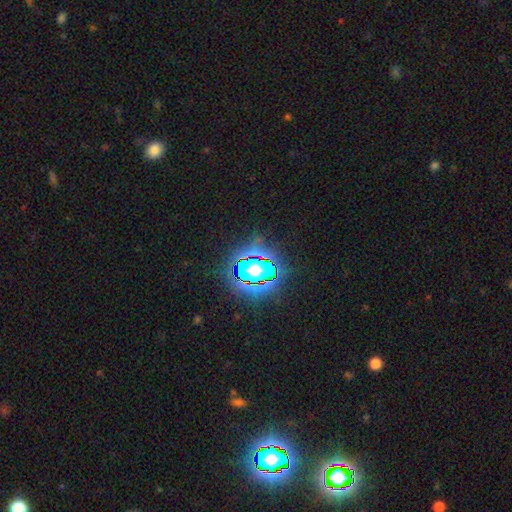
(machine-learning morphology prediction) type=star or artifact (81%).